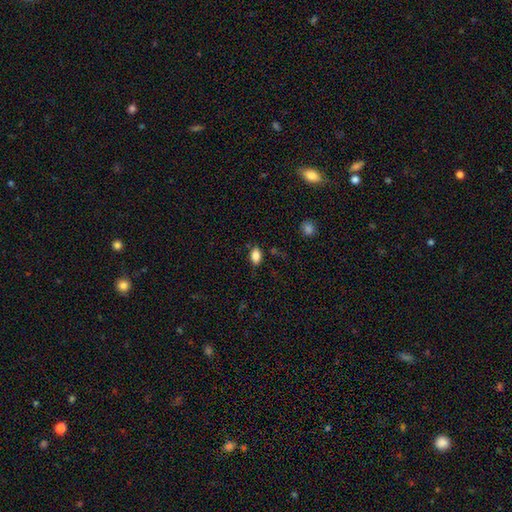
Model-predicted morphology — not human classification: Smooth or featured?
  - smooth: 85% *
  - star or artifact: 9%
  - featured or disk: 6%
How rounded?
  - in between: 87% *
  - round: 11%
  - cigar-shaped: 2%
Merging?
  - none: 78% *
  - minor disturbance: 17%
  - major disturbance: 3%
  - merger: 2%